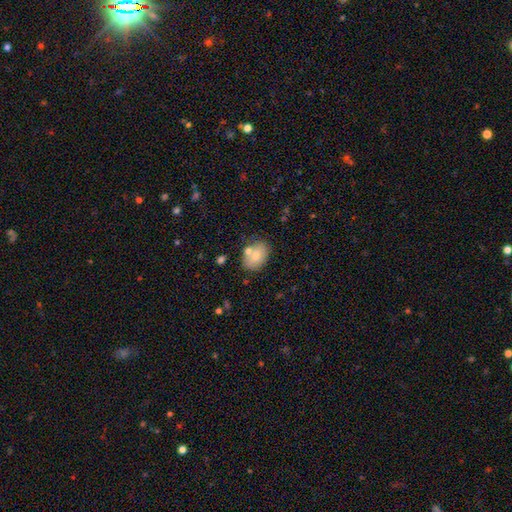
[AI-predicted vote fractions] Morphology: type=smooth (76%); roundness=in between (79%); merging=none (65%).